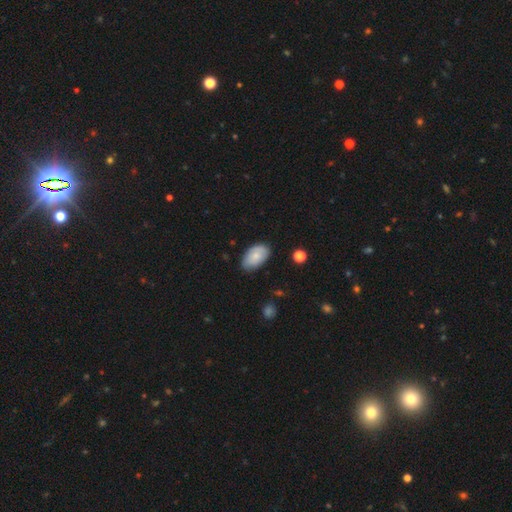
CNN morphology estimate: A smooth galaxy with no disk features (78%) that is in between round and cigar-shaped (94%).

Vote fractions:
- Smooth or featured? smooth: 78% / featured or disk: 16% / star or artifact: 6%
- How rounded? in between: 94% / round: 4% / cigar-shaped: 1%
- Merging? none: 77% / minor disturbance: 19% / major disturbance: 3% / merger: 1%